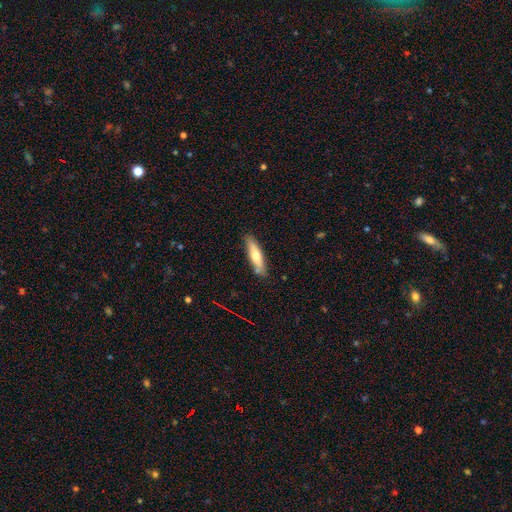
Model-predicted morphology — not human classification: Smooth or featured: smooth — 59% (featured or disk — 34%)
How rounded: cigar-shaped — 68% (in between — 30%)
Merging: none — 82% (minor disturbance — 13%)